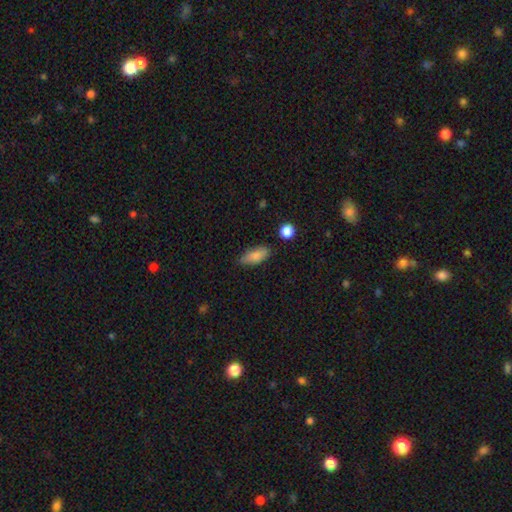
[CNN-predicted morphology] smooth 83%, featured or disk 9%, star or artifact 7%. Down the decision tree: how rounded — in between (81%); merging — none (79%).